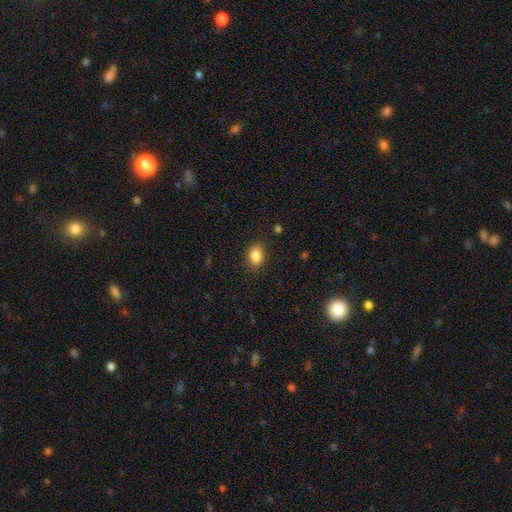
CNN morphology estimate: Smooth or featured: smooth — 86% (star or artifact — 9%)
How rounded: in between — 79% (round — 20%)
Merging: none — 87% (minor disturbance — 10%)